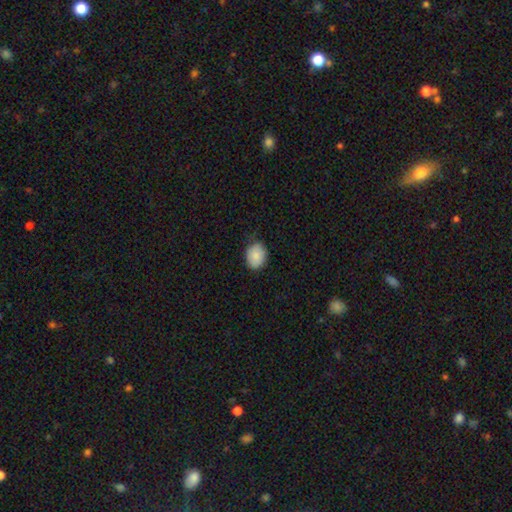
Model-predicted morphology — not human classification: Smooth or featured? smooth (85%)
How rounded? in between (55%)
Merging? none (71%)